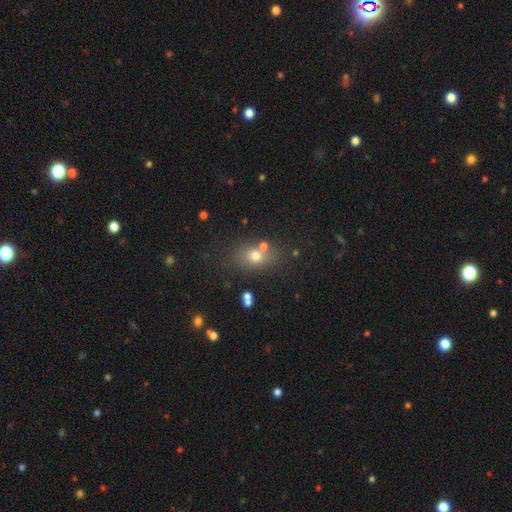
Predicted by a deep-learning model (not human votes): This appears to be a smooth galaxy with no disk features (67%) that is in between round and cigar-shaped (59%). Merging: none (65%).